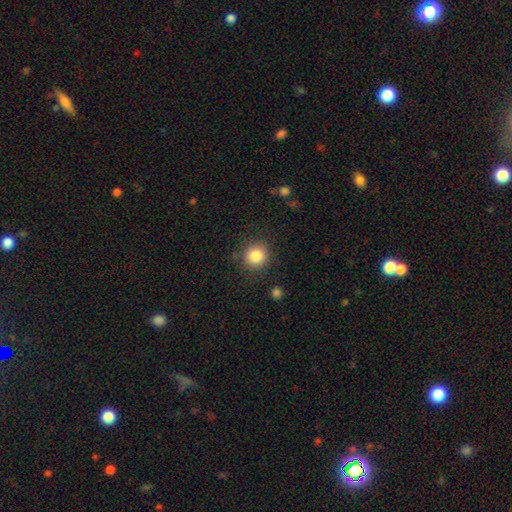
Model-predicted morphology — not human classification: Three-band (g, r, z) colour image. It shows a smooth galaxy with no disk features (84%) that is round (89%). Merging: none (86%).